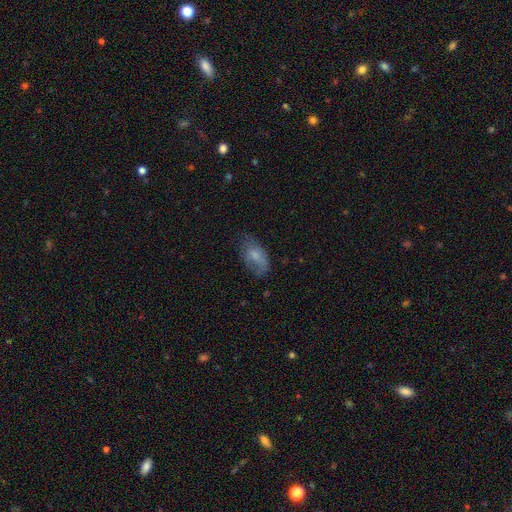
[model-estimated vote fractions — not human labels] Smooth or featured: smooth — 61% (featured or disk — 31%)
How rounded: in between — 91% (round — 6%)
Merging: none — 52% (minor disturbance — 30%)